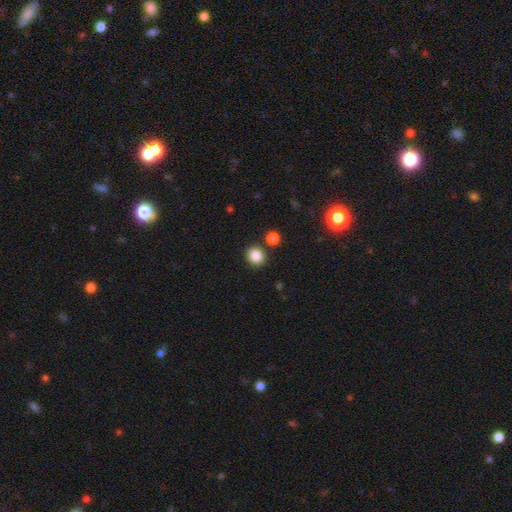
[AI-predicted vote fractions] Overall: smooth (86%). How rounded: round (81%). Merging: none (85%).